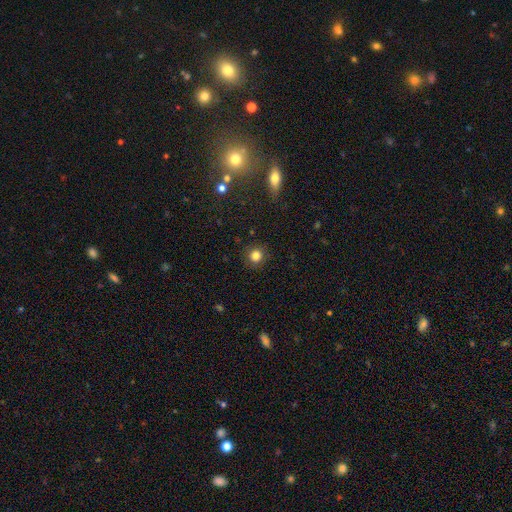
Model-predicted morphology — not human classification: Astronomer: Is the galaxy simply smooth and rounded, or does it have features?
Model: smooth — 83%.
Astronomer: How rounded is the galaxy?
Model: round — 93%.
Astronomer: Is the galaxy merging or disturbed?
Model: none — 90%.